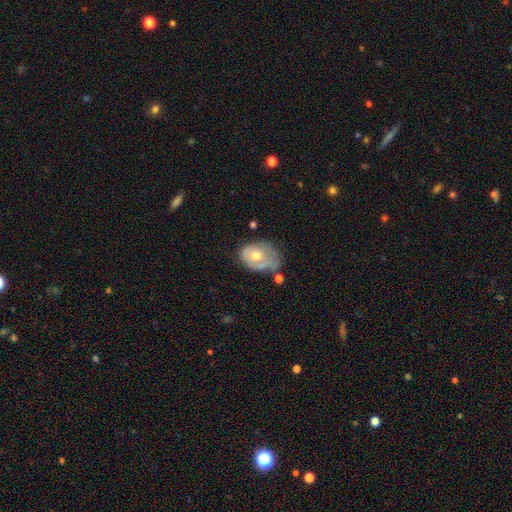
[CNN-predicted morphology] Smooth or featured?
  - featured or disk: 47% *
  - smooth: 45%
  - star or artifact: 8%
Merging?
  - none: 37% *
  - minor disturbance: 34%
  - major disturbance: 21%
  - merger: 8%